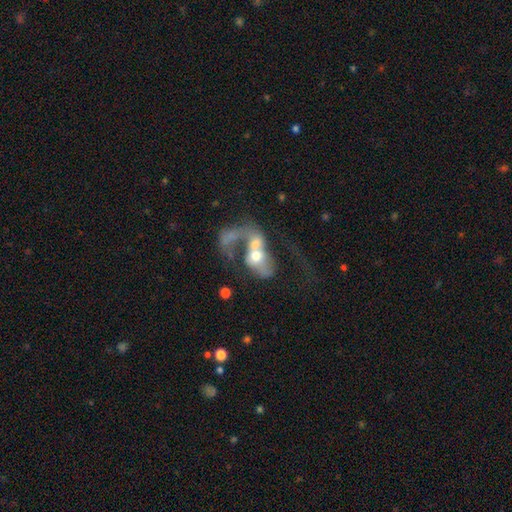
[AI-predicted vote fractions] Smooth or featured? Predicted: featured or disk (p=0.59). Edge-on disk? Predicted: no (p=0.96). Bar? Predicted: no (p=0.73). Spiral arms? Predicted: no (p=0.50, tied with yes). Bulge size? Predicted: moderate (p=0.61). Merging? Predicted: merger (p=0.67).